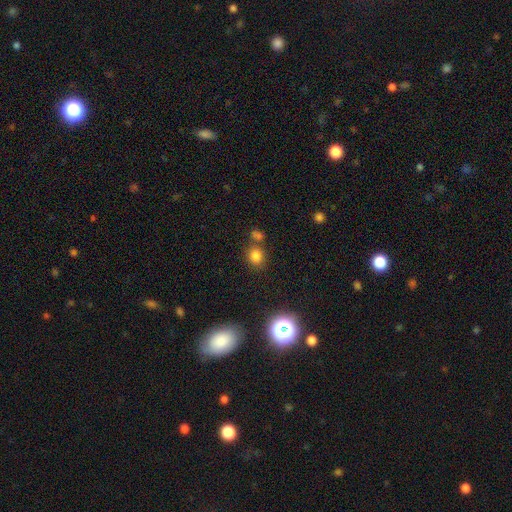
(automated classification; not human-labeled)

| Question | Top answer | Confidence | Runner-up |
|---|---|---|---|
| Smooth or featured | smooth | 77% | star or artifact (17%) |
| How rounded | round | 78% | in between (21%) |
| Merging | none | 69% | merger (16%) |